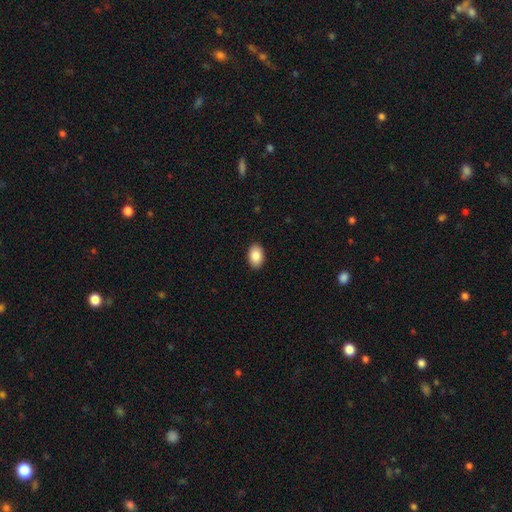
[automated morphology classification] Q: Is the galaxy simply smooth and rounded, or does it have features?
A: smooth — 88%.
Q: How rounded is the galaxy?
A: in between — 89%.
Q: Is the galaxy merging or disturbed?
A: none — 90%.